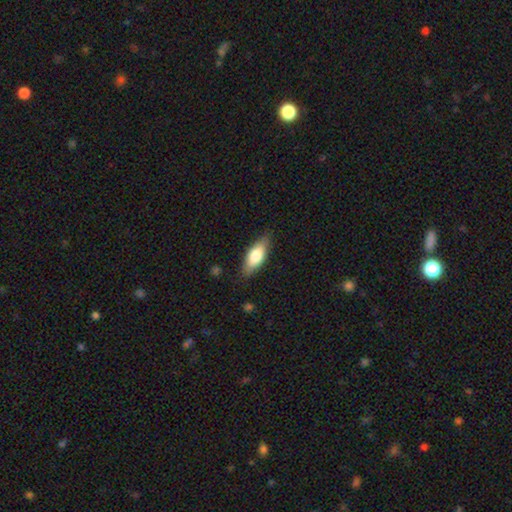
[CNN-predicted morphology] A smooth galaxy with no disk features (71%) that is in between round and cigar-shaped (76%).

Vote fractions:
- Smooth or featured? smooth: 71% / featured or disk: 23% / star or artifact: 6%
- How rounded? in between: 76% / cigar-shaped: 22% / round: 3%
- Merging? none: 82% / minor disturbance: 14% / major disturbance: 3% / merger: 1%